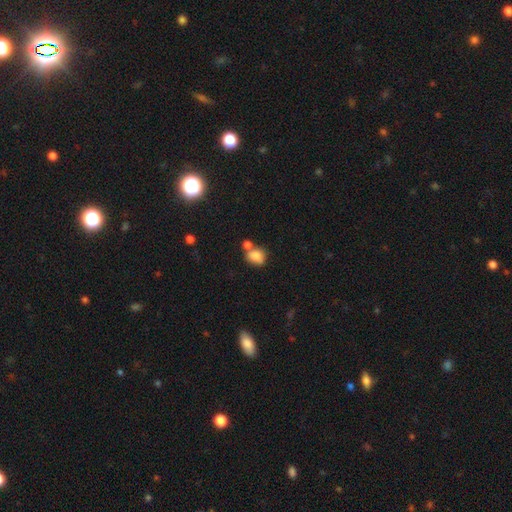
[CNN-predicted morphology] A smooth galaxy with no disk features (82%) that is round (56%).

Vote fractions:
- Smooth or featured? smooth: 82% / star or artifact: 10% / featured or disk: 8%
- How rounded? round: 56% / in between: 43% / cigar-shaped: 1%
- Merging? none: 49% / merger: 32% / minor disturbance: 14% / major disturbance: 5%